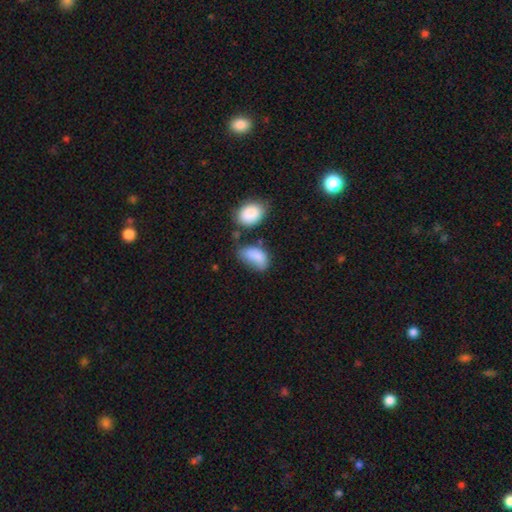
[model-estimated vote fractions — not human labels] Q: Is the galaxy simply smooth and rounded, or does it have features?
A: smooth — 81%.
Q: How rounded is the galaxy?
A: in between — 91%.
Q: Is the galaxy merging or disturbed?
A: none — 33%.